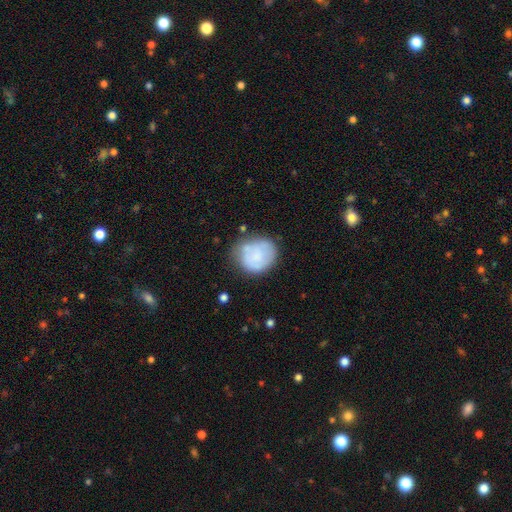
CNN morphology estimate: This is likely a smooth galaxy (69%). How rounded: likely round (71%). Merging: possibly none (50%).